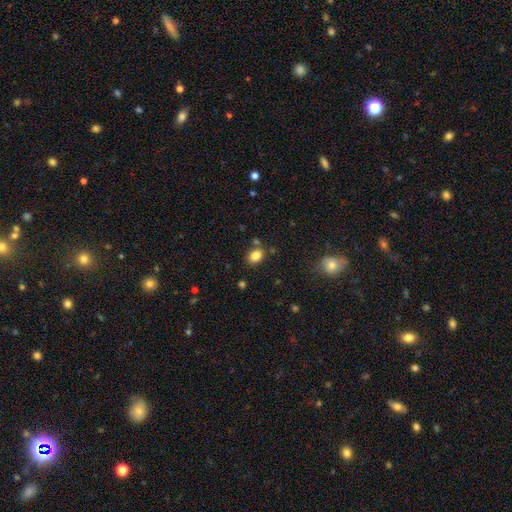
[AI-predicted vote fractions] Smooth or featured: smooth — 84% (star or artifact — 11%)
How rounded: in between — 64% (round — 35%)
Merging: none — 78% (minor disturbance — 12%)